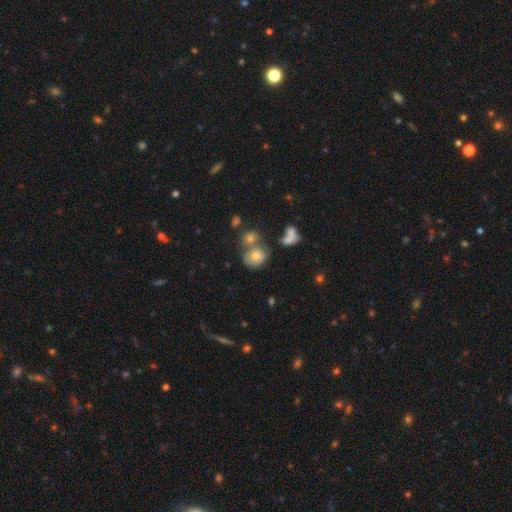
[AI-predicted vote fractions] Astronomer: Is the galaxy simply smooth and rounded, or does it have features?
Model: smooth — 66%.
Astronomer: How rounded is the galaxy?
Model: round — 67%.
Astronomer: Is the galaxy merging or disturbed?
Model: none — 39%, tied with merger at 39%.